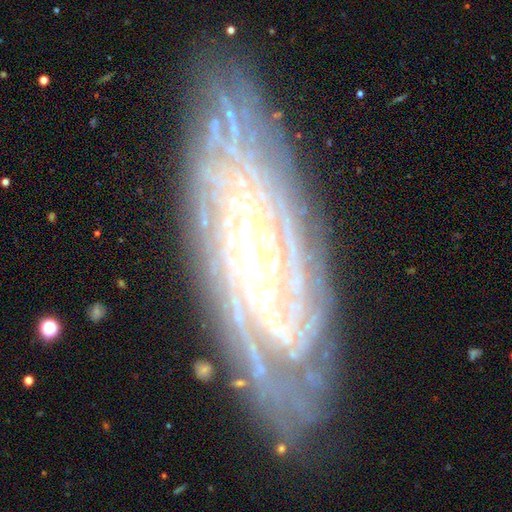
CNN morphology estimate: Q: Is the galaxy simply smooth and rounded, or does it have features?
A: featured or disk — 86%.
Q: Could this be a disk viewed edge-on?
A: no — 84%.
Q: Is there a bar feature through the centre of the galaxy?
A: no — 47%.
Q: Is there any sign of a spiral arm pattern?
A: yes — 97%.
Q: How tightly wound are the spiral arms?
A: tight — 78%.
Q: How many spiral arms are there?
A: can't tell — 32%.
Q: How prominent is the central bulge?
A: moderate — 51%.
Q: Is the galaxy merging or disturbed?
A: none — 80%.